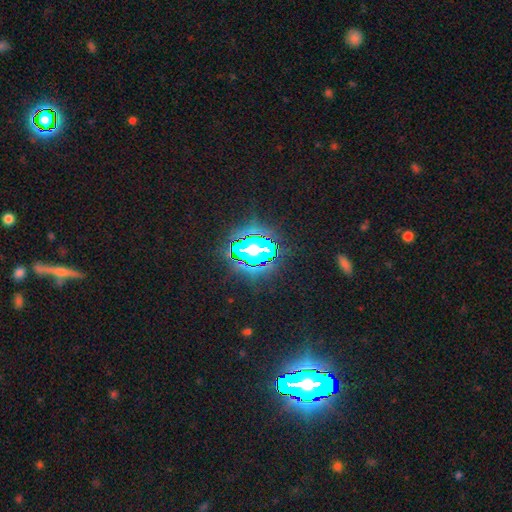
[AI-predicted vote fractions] This appears to be a star or artifact, not a galaxy (78%).